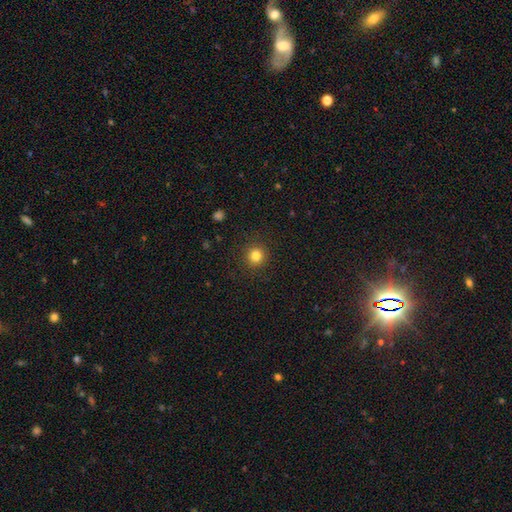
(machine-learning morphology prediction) Smooth or featured? smooth (82%)
How rounded? round (94%)
Merging? none (91%)